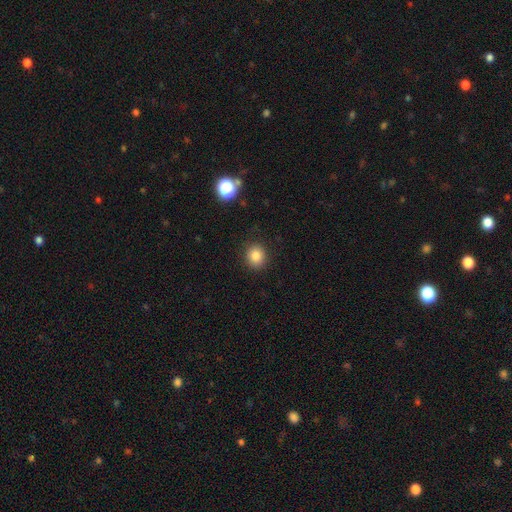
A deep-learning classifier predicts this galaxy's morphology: Smooth or featured? smooth (84%)
How rounded? round (81%)
Merging? none (89%)